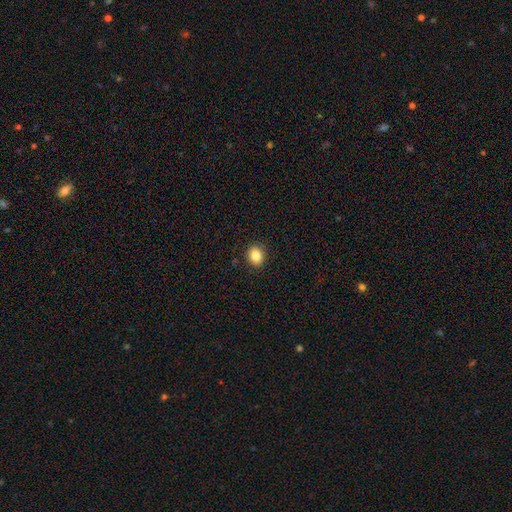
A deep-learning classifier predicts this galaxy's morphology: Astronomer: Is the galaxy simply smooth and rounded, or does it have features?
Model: smooth — 85%.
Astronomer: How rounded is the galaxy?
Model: round — 62% (runner-up: in between, 37%).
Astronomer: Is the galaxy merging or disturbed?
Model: none — 90%.